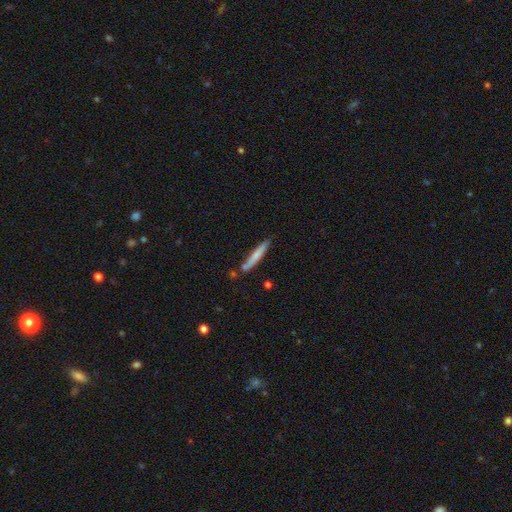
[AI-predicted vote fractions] smooth_or_featured: smooth (p=0.65) [alt: featured or disk p=0.30]
how_rounded: cigar-shaped (p=0.94) [alt: in between p=0.04]
merging: none (p=0.78) [alt: minor disturbance p=0.13]